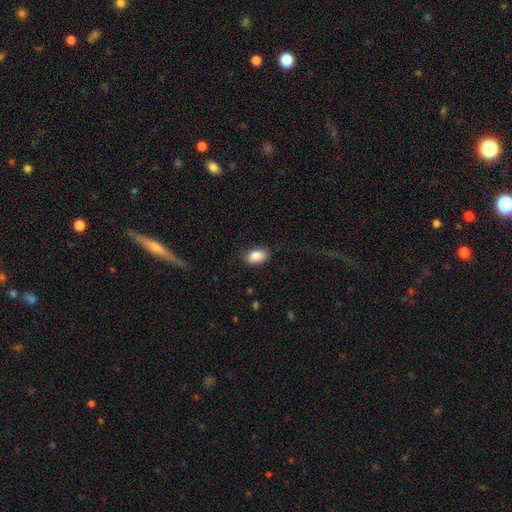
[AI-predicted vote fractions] Smooth or featured: smooth — 88% (star or artifact — 8%)
How rounded: in between — 87% (round — 11%)
Merging: none — 81% (minor disturbance — 15%)